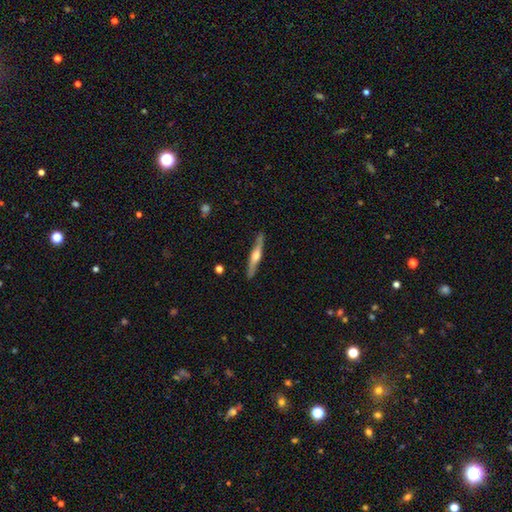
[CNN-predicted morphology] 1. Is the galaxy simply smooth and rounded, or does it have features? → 64% featured or disk, 31% smooth, 5% star or artifact.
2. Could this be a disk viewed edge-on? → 95% yes, 5% no.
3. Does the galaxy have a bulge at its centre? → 87% rounded, 7% boxy, 6% none.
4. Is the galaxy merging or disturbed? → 86% none, 10% minor disturbance, 2% major disturbance, 1% merger.